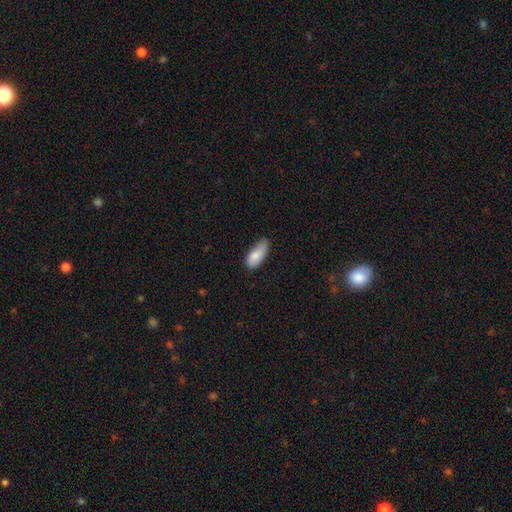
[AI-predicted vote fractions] Smooth or featured? smooth (85%)
How rounded? in between (82%)
Merging? none (62%)